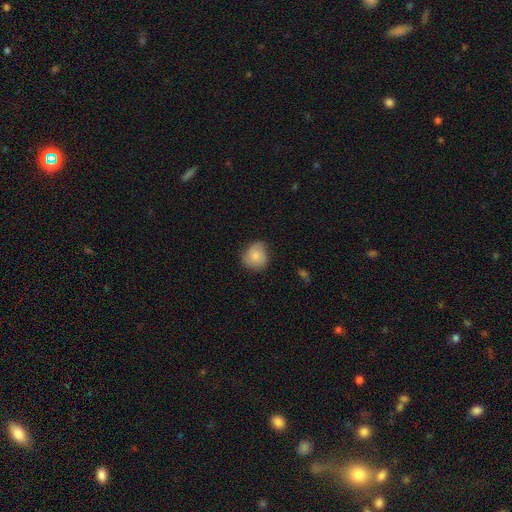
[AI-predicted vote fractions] Smooth or featured: smooth — 81% (featured or disk — 12%)
How rounded: round — 80% (in between — 19%)
Merging: none — 67% (minor disturbance — 27%)